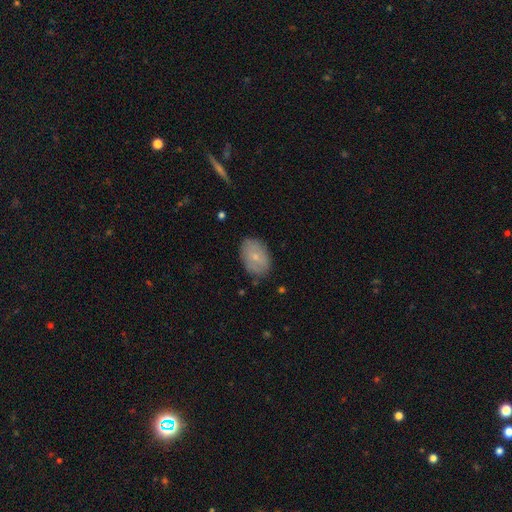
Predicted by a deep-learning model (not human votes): Morphology: type=smooth (69%); roundness=in between (86%); merging=none (80%).